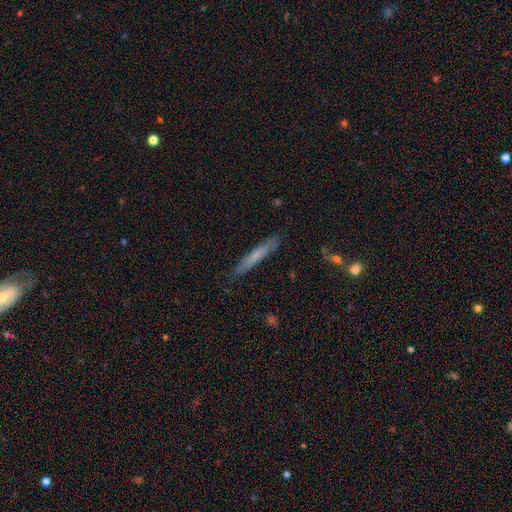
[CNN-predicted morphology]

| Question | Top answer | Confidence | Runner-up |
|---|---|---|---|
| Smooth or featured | smooth | 60% | featured or disk (34%) |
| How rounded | cigar-shaped | 95% | in between (3%) |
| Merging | none | 85% | minor disturbance (11%) |